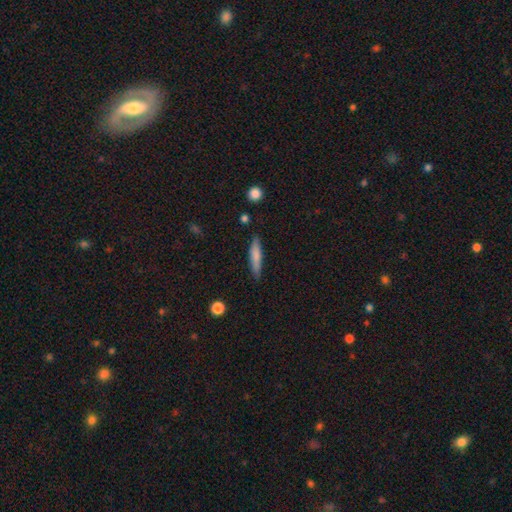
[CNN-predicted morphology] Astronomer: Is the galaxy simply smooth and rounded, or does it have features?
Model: smooth — 73%.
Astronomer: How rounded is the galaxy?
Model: cigar-shaped — 83%.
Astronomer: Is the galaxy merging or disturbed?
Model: none — 82%.